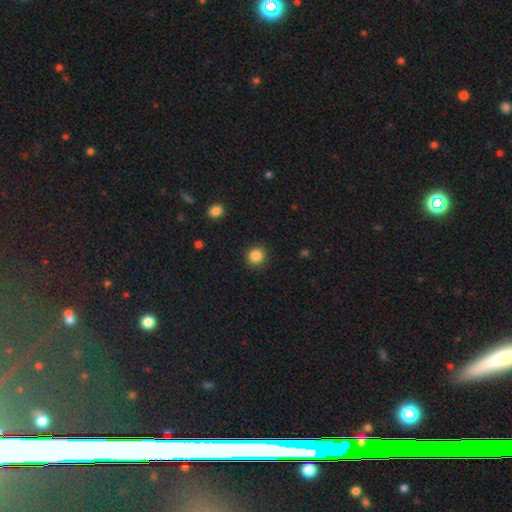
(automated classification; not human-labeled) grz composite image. It shows a smooth galaxy with no disk features (86%) that is round (91%). Merging: none (91%).